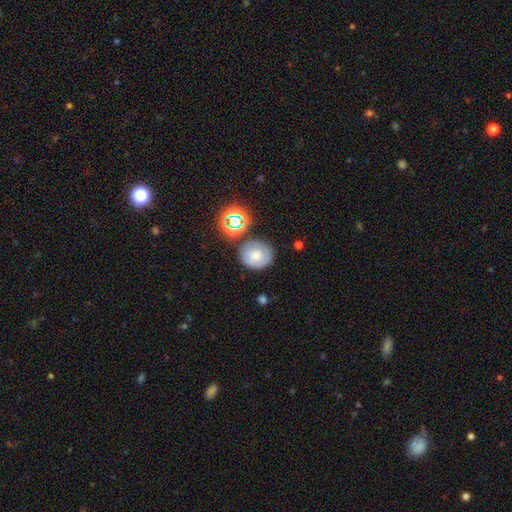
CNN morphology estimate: smooth_or_featured: smooth (p=0.59) [alt: featured or disk p=0.28]
how_rounded: round (p=0.81) [alt: in between p=0.18]
merging: none (p=0.71) [alt: minor disturbance p=0.16]